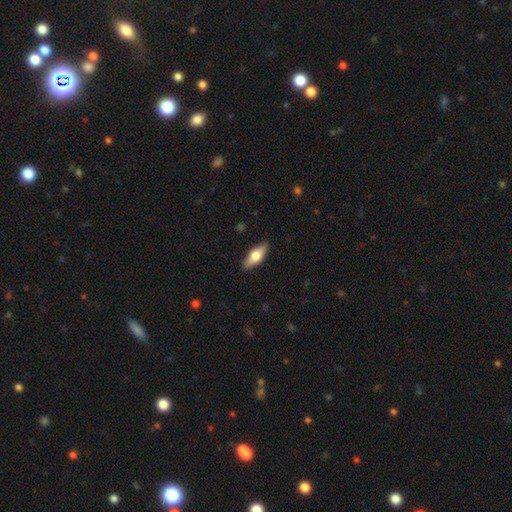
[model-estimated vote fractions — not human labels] smooth-or-featured: smooth: 57% | featured or disk: 37% | star or artifact: 6%
  how-rounded: in between: 65% | cigar-shaped: 32% | round: 3%
  merging: none: 88% | minor disturbance: 9% | major disturbance: 2% | merger: 1%